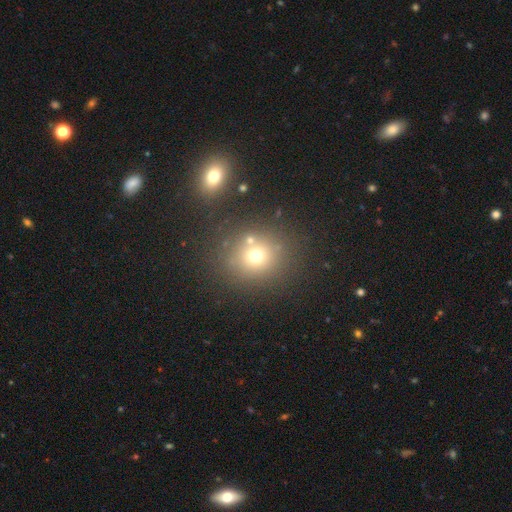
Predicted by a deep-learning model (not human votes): Morphology: type=smooth (68%); roundness=round (82%); merging=none (76%).